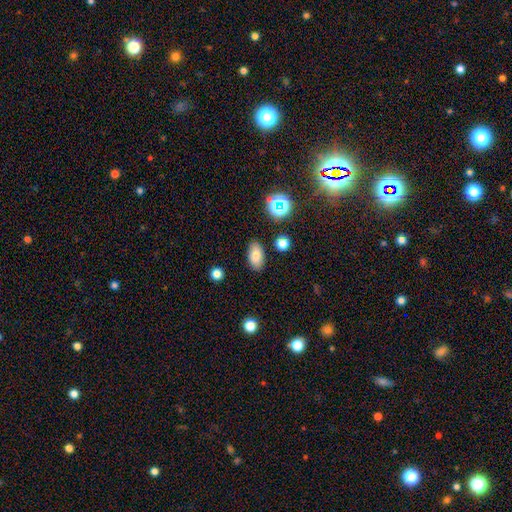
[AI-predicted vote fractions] Smooth or featured: smooth — 82% (star or artifact — 11%)
How rounded: in between — 90% (round — 6%)
Merging: none — 85% (minor disturbance — 9%)